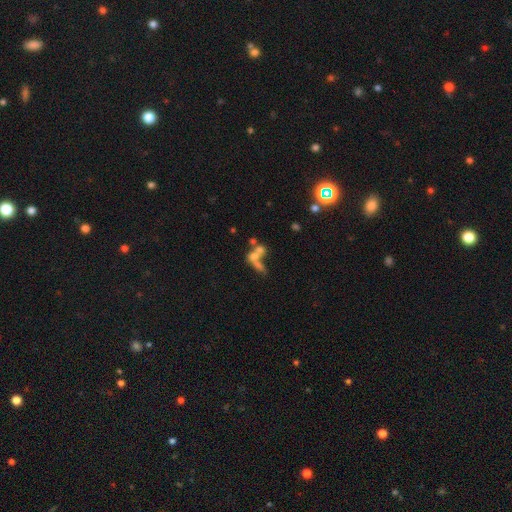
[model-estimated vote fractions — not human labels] This appears to be a smooth galaxy with no disk features (45%). Merging: merger (55%).